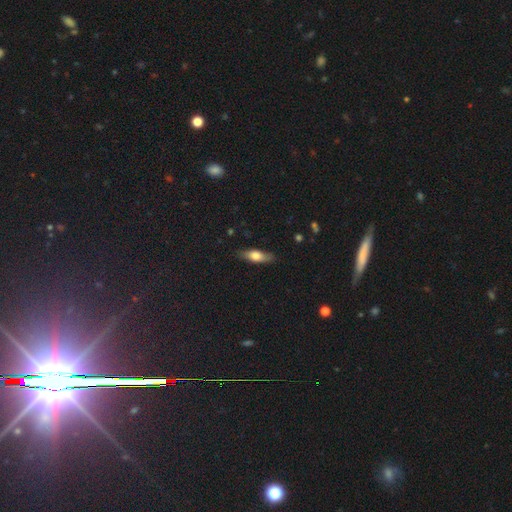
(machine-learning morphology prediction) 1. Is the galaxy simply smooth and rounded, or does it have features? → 63% smooth, 30% featured or disk, 7% star or artifact.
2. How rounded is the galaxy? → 53% in between, 44% cigar-shaped, 3% round.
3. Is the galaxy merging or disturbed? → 83% none, 13% minor disturbance, 3% major disturbance, 1% merger.